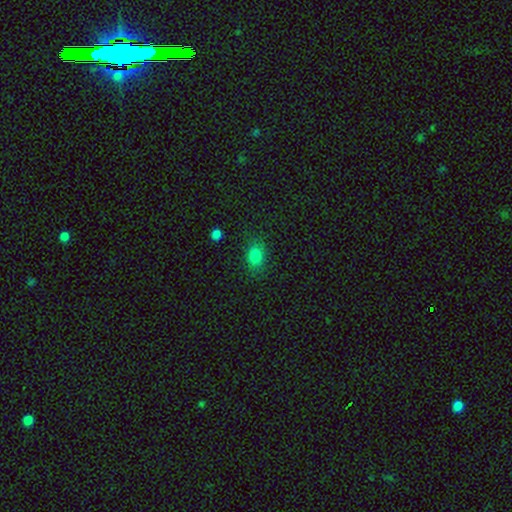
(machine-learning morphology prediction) A smooth galaxy with no disk features (82%) that is in between round and cigar-shaped (74%).

Vote fractions:
- Smooth or featured? smooth: 82% / star or artifact: 12% / featured or disk: 6%
- How rounded? in between: 74% / round: 24% / cigar-shaped: 2%
- Merging? none: 81% / minor disturbance: 13% / major disturbance: 4% / merger: 2%